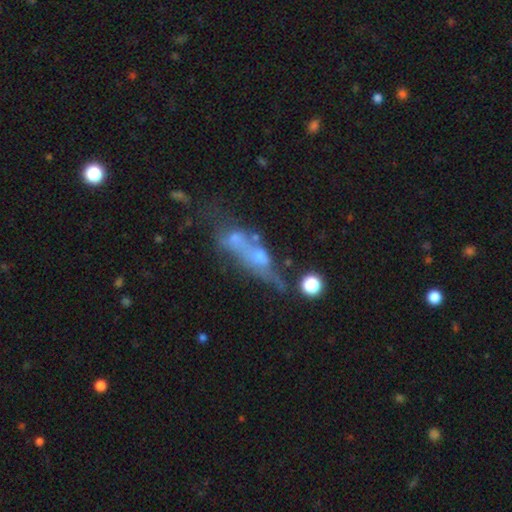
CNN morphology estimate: This is possibly a featured or disk galaxy (51%). It is likely not viewed edge-on (64%). Merging: marginally none (30%).